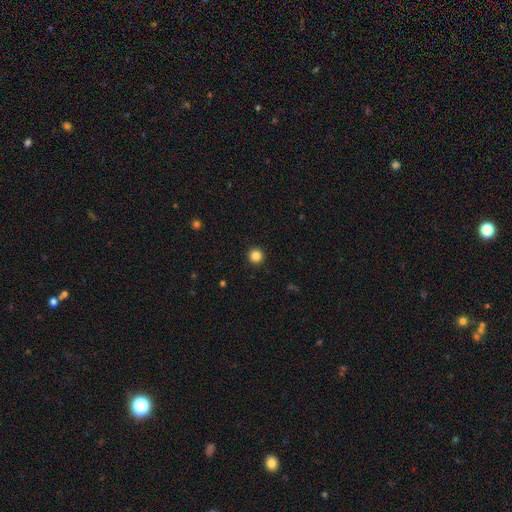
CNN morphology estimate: smooth-or-featured: smooth: 86% | star or artifact: 11% | featured or disk: 3%
  how-rounded: round: 96% | in between: 3% | cigar-shaped: 1%
  merging: none: 94% | minor disturbance: 4% | major disturbance: 1% | merger: 1%